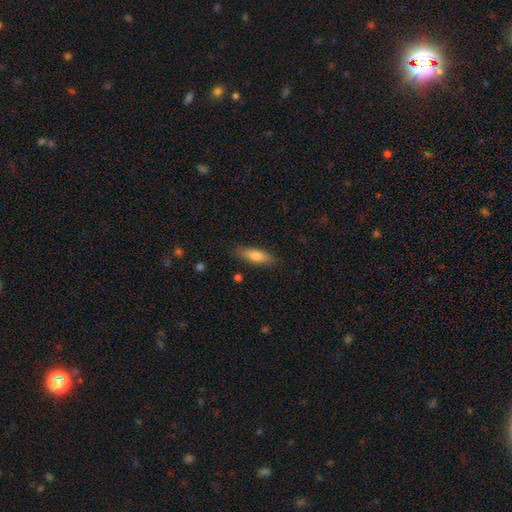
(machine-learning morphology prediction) This is likely a smooth galaxy (76%). How rounded: possibly in between (53%). Merging: clearly none (85%).